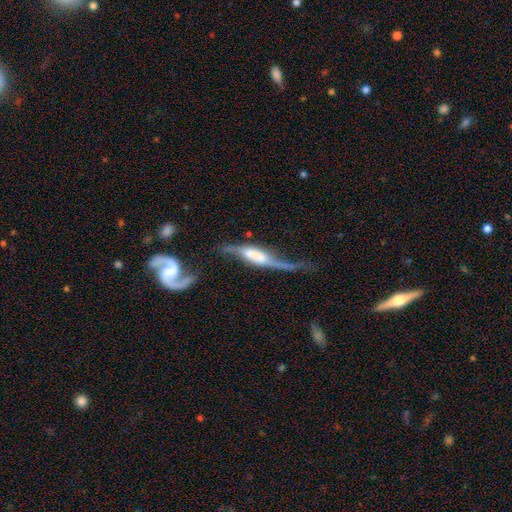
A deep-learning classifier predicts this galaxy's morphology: Smooth or featured? featured or disk (70%)
Edge-on disk? yes (50%, tied with no)
Merging? major disturbance (35%)